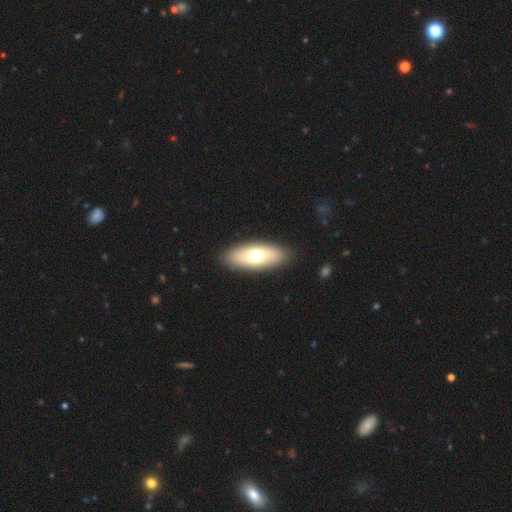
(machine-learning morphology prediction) The model was most divided on "smooth or featured": smooth: 66%, featured or disk: 27%, star or artifact: 6%. More confident: merging — none (90%); how rounded — in between (78%).